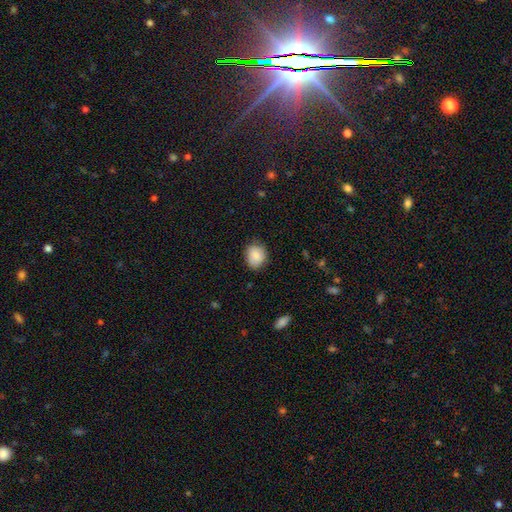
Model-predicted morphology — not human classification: Smooth or featured?
  - smooth: 86% *
  - star or artifact: 7%
  - featured or disk: 7%
How rounded?
  - round: 52% *
  - in between: 47%
  - cigar-shaped: 1%
Merging?
  - none: 76% *
  - minor disturbance: 20%
  - major disturbance: 4%
  - merger: 1%